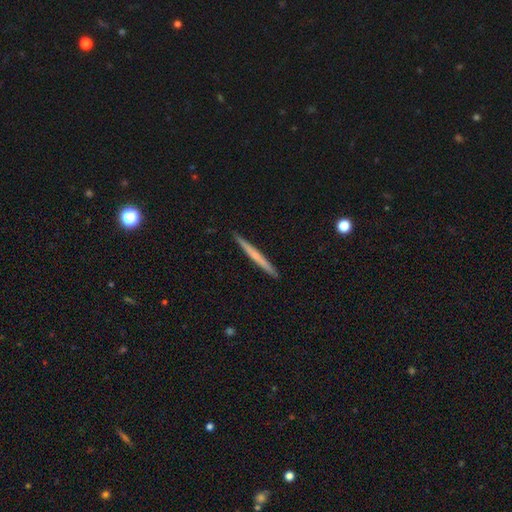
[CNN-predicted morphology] Smooth or featured: featured or disk — 47% (tied with smooth — 47%)
Merging: none — 93% (minor disturbance — 5%)